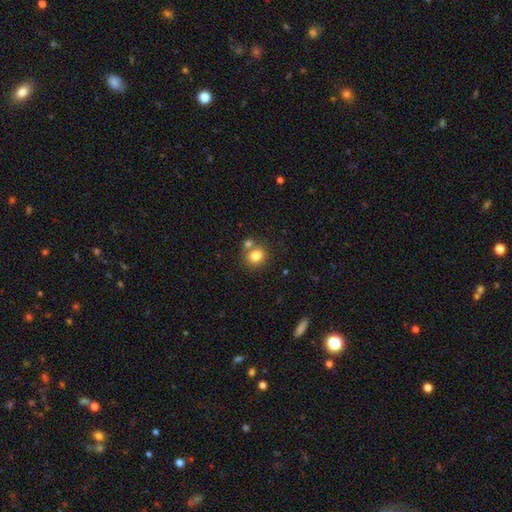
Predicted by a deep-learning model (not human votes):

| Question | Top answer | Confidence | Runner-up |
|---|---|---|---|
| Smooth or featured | smooth | 82% | star or artifact (10%) |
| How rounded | round | 77% | in between (22%) |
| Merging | none | 60% | merger (28%) |